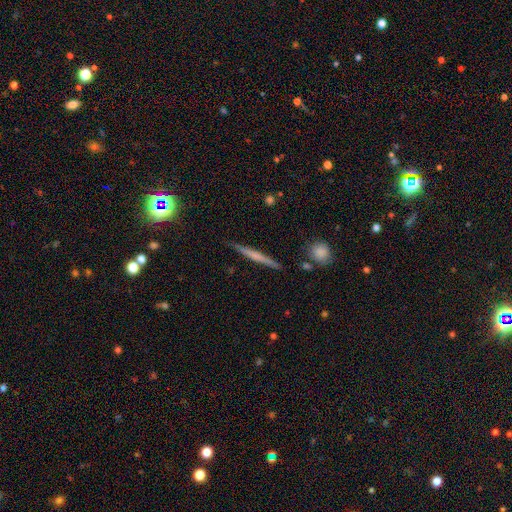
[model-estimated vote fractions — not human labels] Overall: featured or disk (51%; smooth 42%). Edge-on disk: yes (97%). Merging: none (87%).